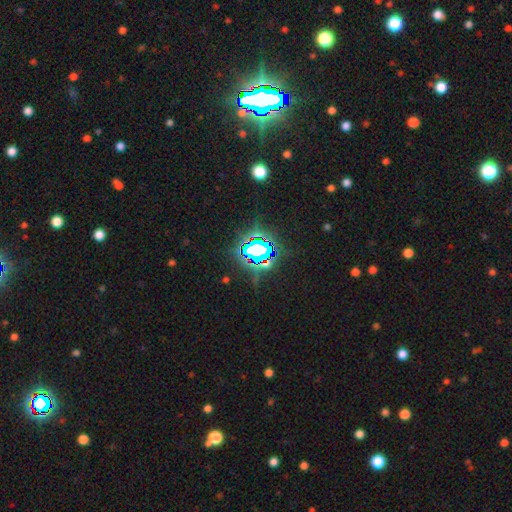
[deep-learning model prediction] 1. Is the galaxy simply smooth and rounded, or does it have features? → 75% star or artifact, 14% smooth, 11% featured or disk.